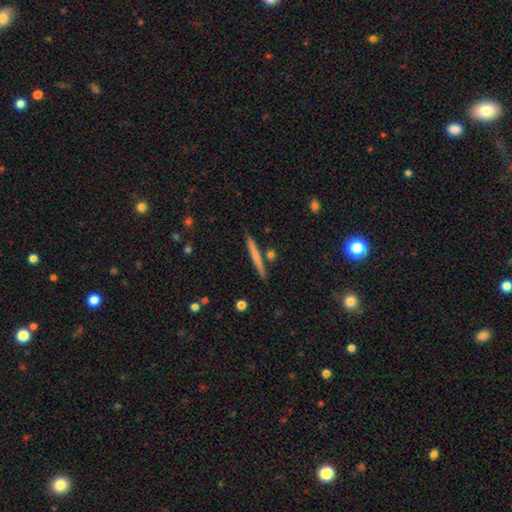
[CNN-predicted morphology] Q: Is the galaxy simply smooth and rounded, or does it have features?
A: smooth — 59%.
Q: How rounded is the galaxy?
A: cigar-shaped — 96%.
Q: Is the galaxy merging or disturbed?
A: none — 88%.